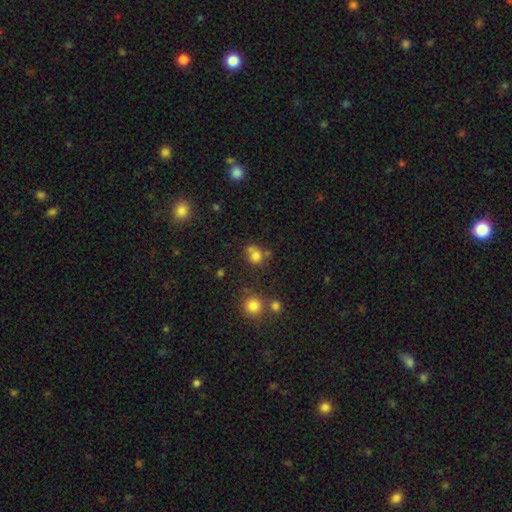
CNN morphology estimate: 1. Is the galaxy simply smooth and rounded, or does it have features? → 74% smooth, 15% star or artifact, 11% featured or disk.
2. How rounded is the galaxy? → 75% round, 24% in between, 1% cigar-shaped.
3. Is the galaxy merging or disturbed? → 49% none, 32% merger, 13% minor disturbance, 6% major disturbance.